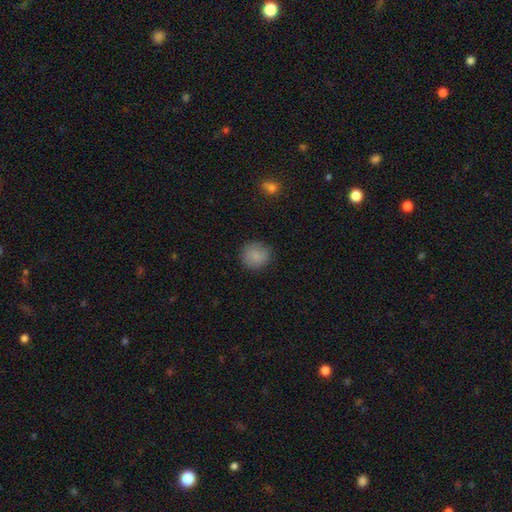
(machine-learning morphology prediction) type=smooth (85%); roundness=round (90%); merging=none (86%).